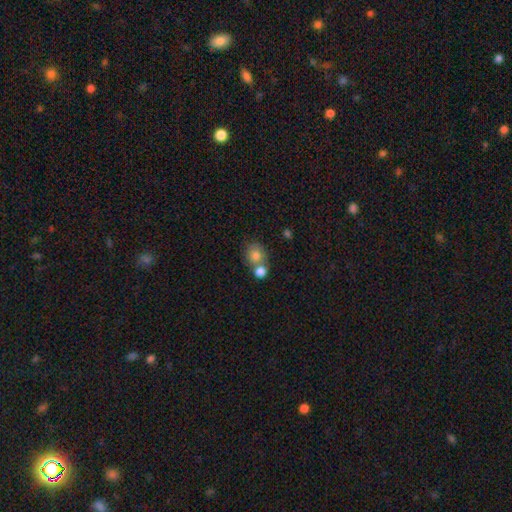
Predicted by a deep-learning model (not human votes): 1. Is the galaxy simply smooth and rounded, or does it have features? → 79% smooth, 11% featured or disk, 10% star or artifact.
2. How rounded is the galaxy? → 76% round, 23% in between, 1% cigar-shaped.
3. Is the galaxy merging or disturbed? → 44% merger, 43% none, 9% minor disturbance, 4% major disturbance.